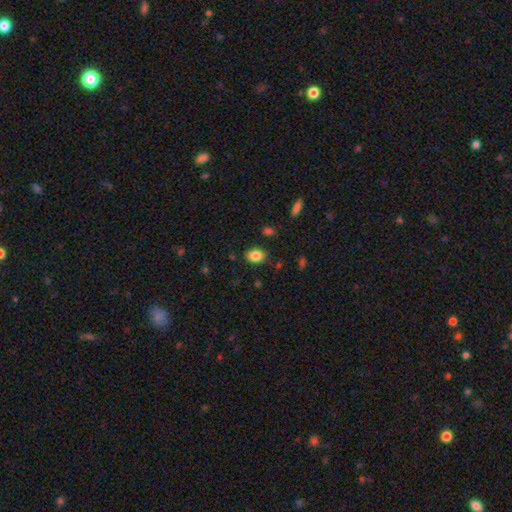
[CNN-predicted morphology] A smooth galaxy with no disk features (85%) that is in between round and cigar-shaped (80%).

Vote fractions:
- Smooth or featured? smooth: 85% / star or artifact: 9% / featured or disk: 7%
- How rounded? in between: 80% / round: 19% / cigar-shaped: 1%
- Merging? none: 85% / minor disturbance: 11% / major disturbance: 3% / merger: 2%